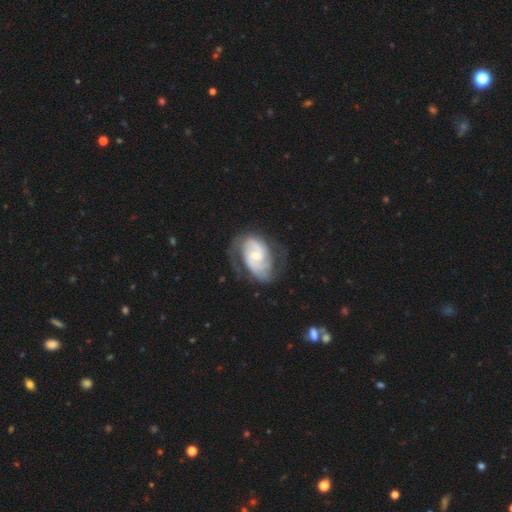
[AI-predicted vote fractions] smooth_or_featured: featured or disk (p=0.84) [alt: smooth p=0.11]
disk_edge_on: no (p=0.97) [alt: yes p=0.03]
bar: no (p=0.60) [alt: weak p=0.33]
has_spiral_arms: yes (p=0.94) [alt: no p=0.06]
spiral_winding: medium (p=0.42) [tied with: tight p=0.42]
spiral_arm_count: 2 (p=0.64) [alt: can't tell p=0.17]
bulge_size: small (p=0.49) [alt: moderate p=0.46]
merging: none (p=0.59) [alt: minor disturbance p=0.22]